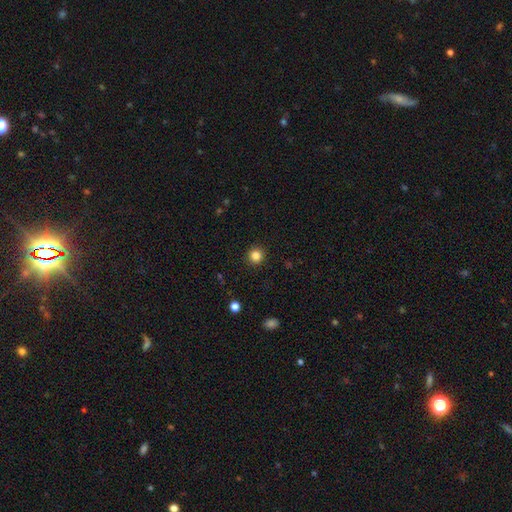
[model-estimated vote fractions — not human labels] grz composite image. It shows a smooth galaxy with no disk features (84%) that is round (94%). Merging: none (92%).